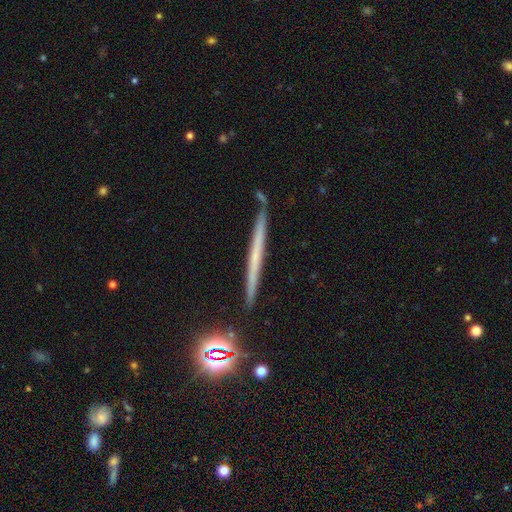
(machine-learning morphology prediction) Overall: featured or disk (50%; smooth 38%). Edge-on disk: yes (96%). Merging: none (89%).